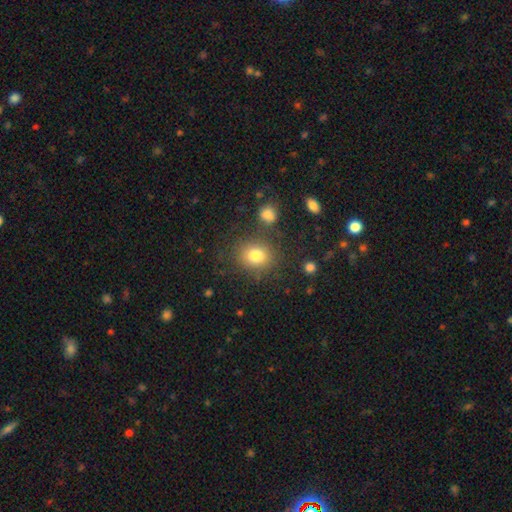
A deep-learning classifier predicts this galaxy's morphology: Q: Smooth or featured?
A: smooth (80%); runner-up: star or artifact (12%)
Q: How rounded?
A: round (66%); runner-up: in between (33%)
Q: Merging?
A: none (78%); runner-up: minor disturbance (11%)